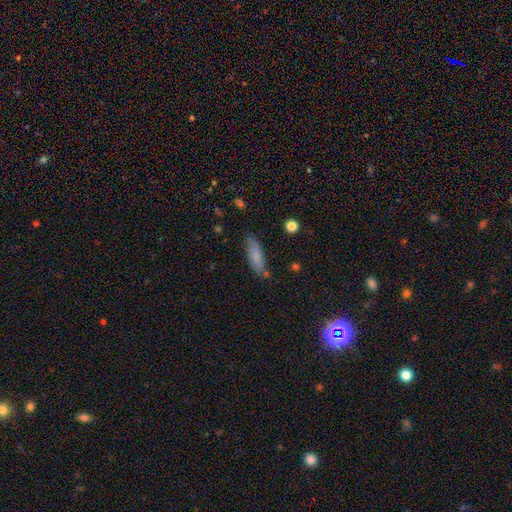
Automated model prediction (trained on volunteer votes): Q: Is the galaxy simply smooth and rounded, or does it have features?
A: smooth — 81%.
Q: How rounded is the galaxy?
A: in between — 50%.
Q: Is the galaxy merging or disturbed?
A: none — 75%.